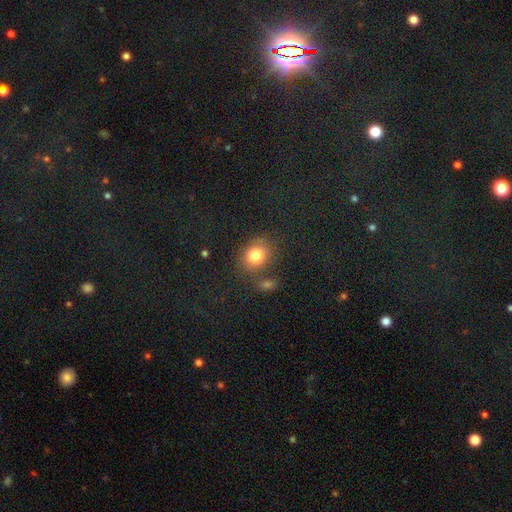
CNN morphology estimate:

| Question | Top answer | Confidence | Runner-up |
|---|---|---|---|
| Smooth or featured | smooth | 81% | star or artifact (11%) |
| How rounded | round | 55% | in between (43%) |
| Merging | none | 63% | minor disturbance (17%) |